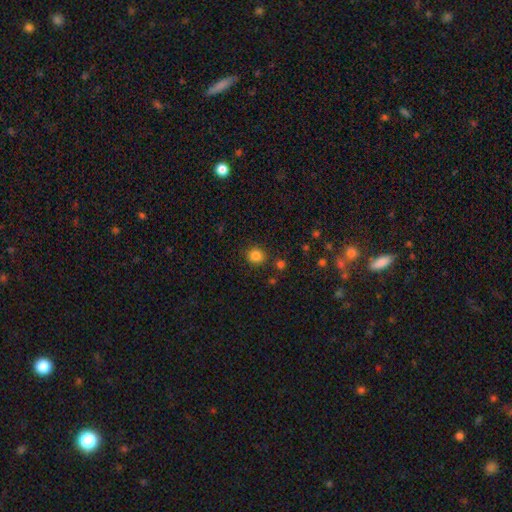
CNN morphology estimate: Overall: smooth (84%). How rounded: round (89%). Merging: none (87%).